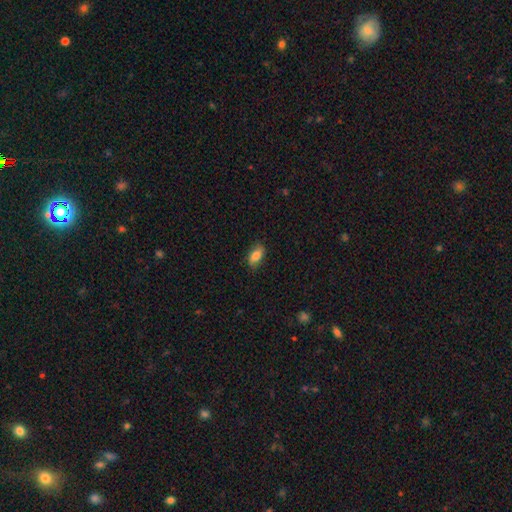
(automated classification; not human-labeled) This appears to be a smooth galaxy with no disk features (83%) that is in between round and cigar-shaped (89%). Merging: none (82%).